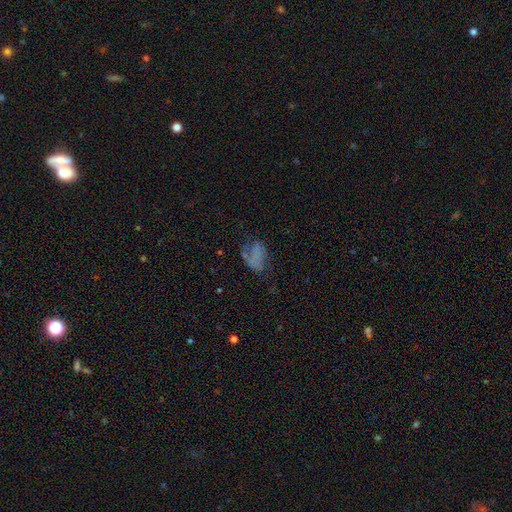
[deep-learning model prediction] A smooth galaxy with no disk features (47%). Merging: major disturbance (36%).